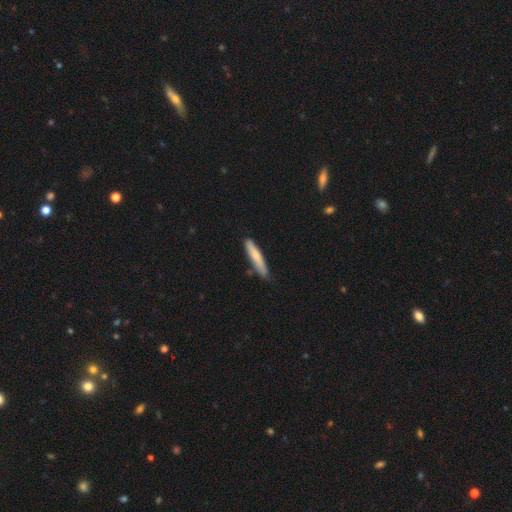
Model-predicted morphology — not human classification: smooth_or_featured: smooth (p=0.73) [alt: featured or disk p=0.21]
how_rounded: cigar-shaped (p=0.90) [alt: in between p=0.09]
merging: none (p=0.78) [alt: minor disturbance p=0.16]